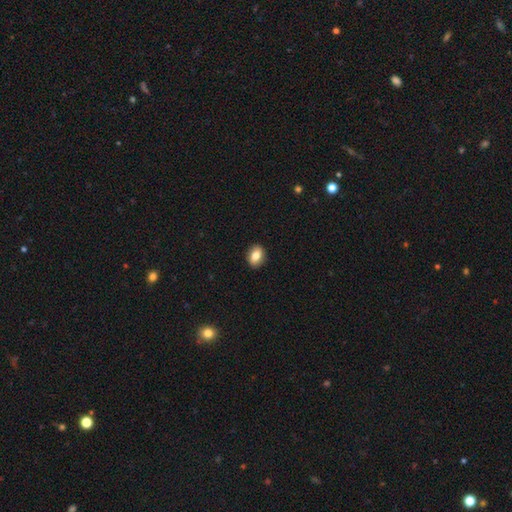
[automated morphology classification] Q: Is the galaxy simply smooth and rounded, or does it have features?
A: smooth — 81%.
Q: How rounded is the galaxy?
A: in between — 67%.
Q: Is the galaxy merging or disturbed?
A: none — 90%.